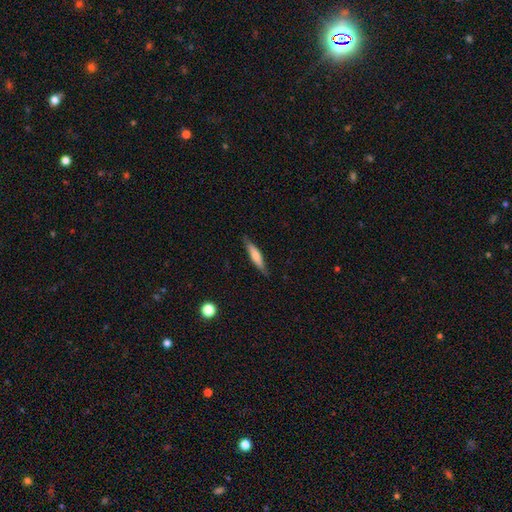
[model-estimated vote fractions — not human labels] Smooth or featured? Predicted: smooth (p=0.63). How rounded? Predicted: cigar-shaped (p=0.84). Merging? Predicted: none (p=0.82).